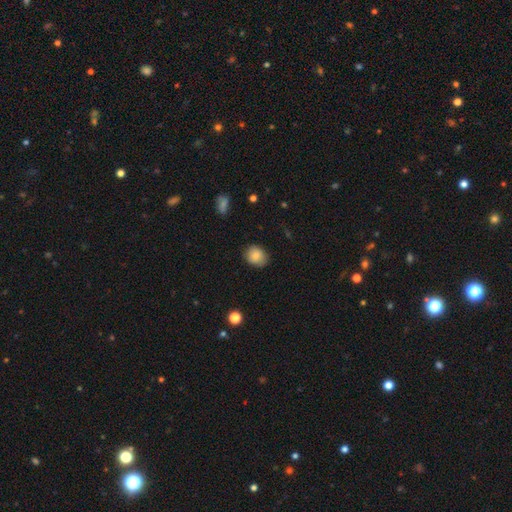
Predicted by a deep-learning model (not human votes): smooth 83%, featured or disk 9%, star or artifact 8%. Down the decision tree: how rounded — round (69%); merging — none (81%).